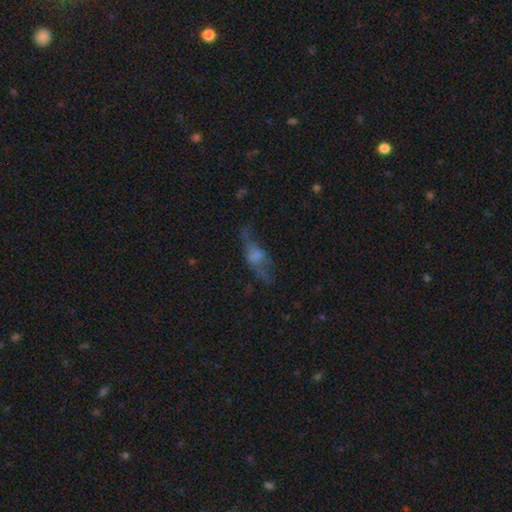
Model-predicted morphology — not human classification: featured or disk 47%, smooth 39%, star or artifact 14%. Down the decision tree: merging — none (45%).